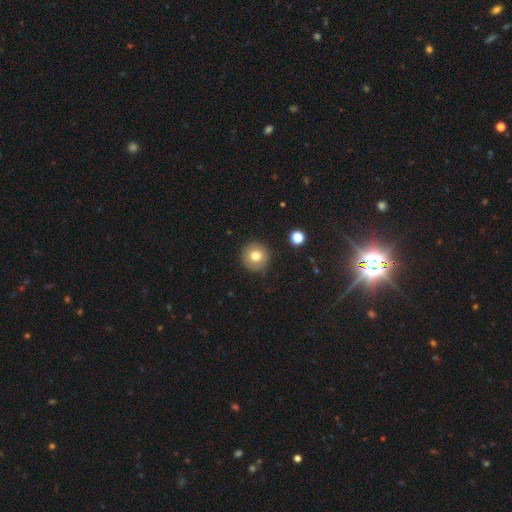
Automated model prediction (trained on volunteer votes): smooth 78%, star or artifact 11%, featured or disk 11%. Down the decision tree: how rounded — round (94%); merging — none (87%).